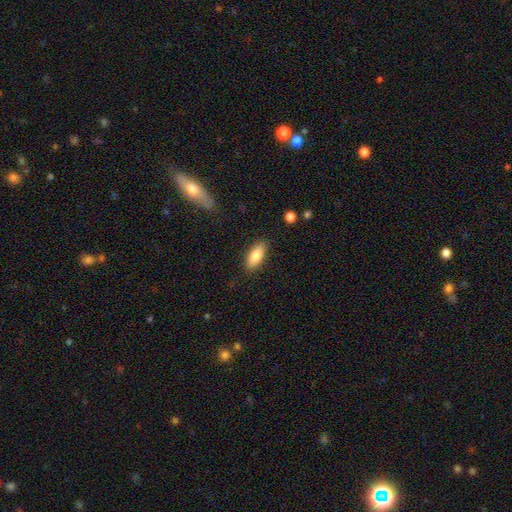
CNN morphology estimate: A smooth galaxy with no disk features (82%) that is in between round and cigar-shaped (80%).

Vote fractions:
- Smooth or featured? smooth: 82% / featured or disk: 11% / star or artifact: 7%
- How rounded? in between: 80% / cigar-shaped: 18% / round: 2%
- Merging? none: 87% / minor disturbance: 10% / major disturbance: 2% / merger: 1%